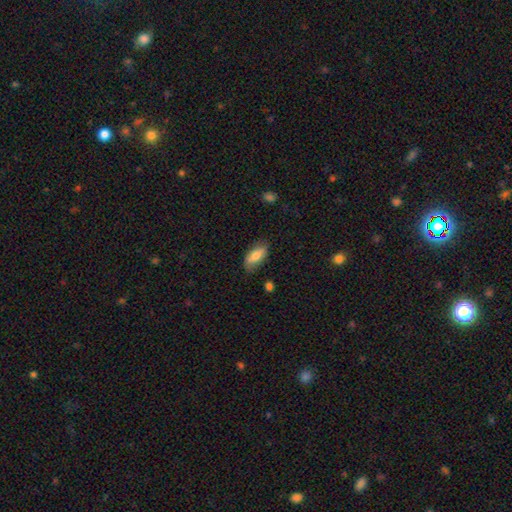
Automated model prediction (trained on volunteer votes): Smooth or featured: smooth — 75% (featured or disk — 19%)
How rounded: in between — 84% (cigar-shaped — 14%)
Merging: none — 74% (minor disturbance — 20%)